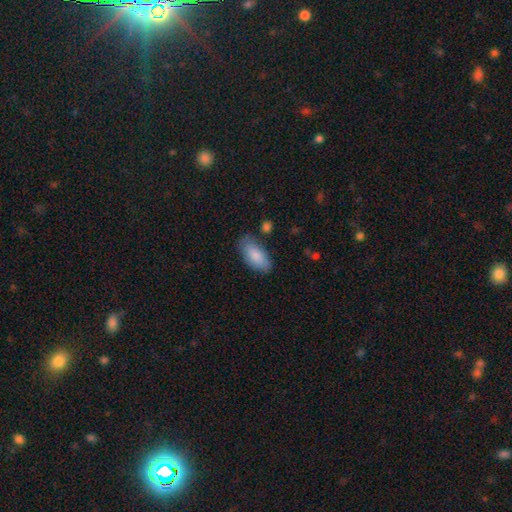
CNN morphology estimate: Smooth or featured? Predicted: smooth (p=0.85). How rounded? Predicted: in between (p=0.91). Merging? Predicted: none (p=0.75).